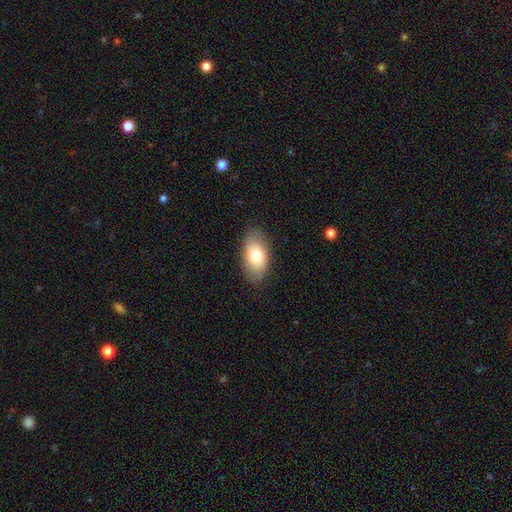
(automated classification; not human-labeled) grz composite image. It shows a smooth galaxy with no disk features (76%) that is in between round and cigar-shaped (93%). Merging: none (86%).